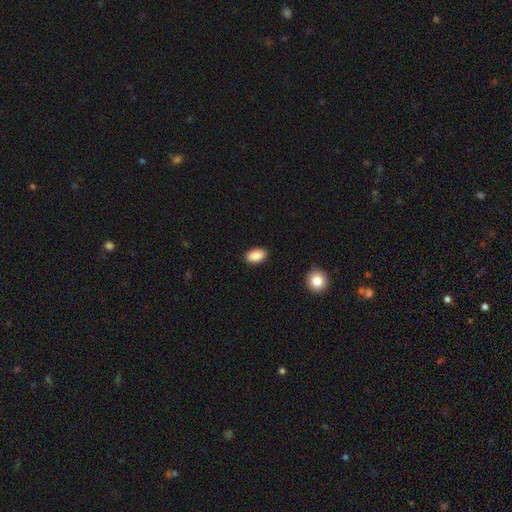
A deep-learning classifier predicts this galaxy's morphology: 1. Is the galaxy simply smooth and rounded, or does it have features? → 89% smooth, 7% star or artifact, 4% featured or disk.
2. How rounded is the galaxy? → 93% in between, 5% round, 2% cigar-shaped.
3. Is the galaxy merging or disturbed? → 89% none, 8% minor disturbance, 2% major disturbance, 1% merger.